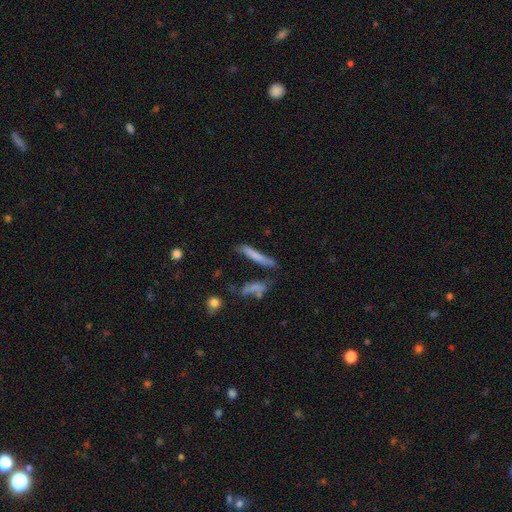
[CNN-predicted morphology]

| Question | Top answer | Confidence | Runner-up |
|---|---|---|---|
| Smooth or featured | smooth | 67% | featured or disk (25%) |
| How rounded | cigar-shaped | 92% | in between (6%) |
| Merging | none | 64% | minor disturbance (19%) |